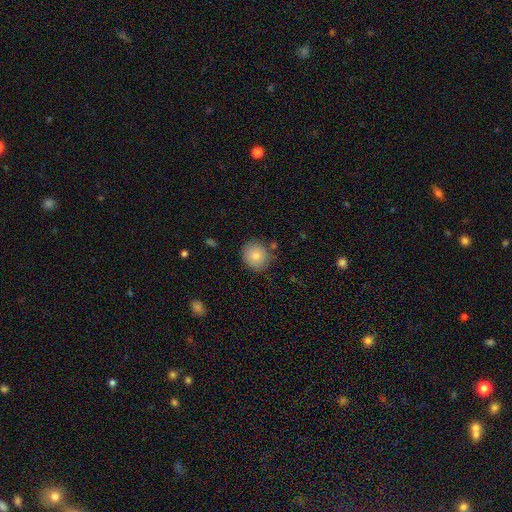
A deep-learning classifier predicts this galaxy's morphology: This appears to be a smooth galaxy with no disk features (82%) that is round (85%). Merging: none (81%).